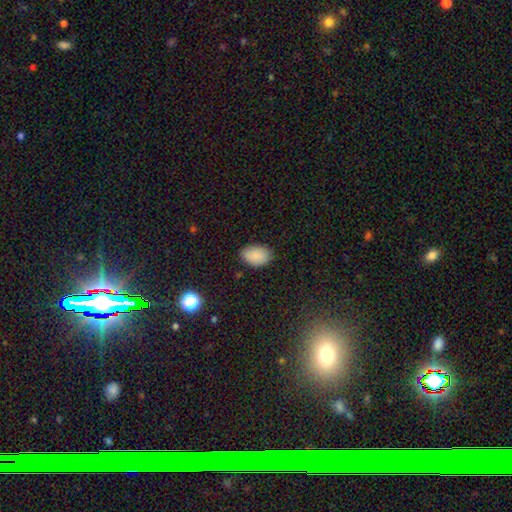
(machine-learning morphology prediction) smooth_or_featured: smooth (p=0.88) [alt: star or artifact p=0.08]
how_rounded: in between (p=0.86) [alt: round p=0.13]
merging: none (p=0.83) [alt: minor disturbance p=0.14]